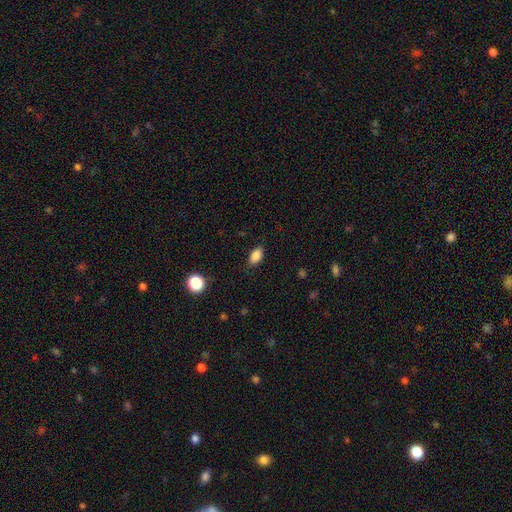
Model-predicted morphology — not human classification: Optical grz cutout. It shows a smooth galaxy with no disk features (86%) that is in between round and cigar-shaped (88%). Merging: none (83%).